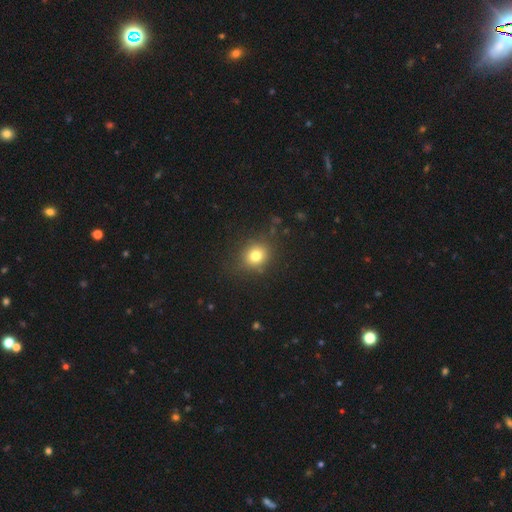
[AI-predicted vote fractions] This is likely a smooth galaxy (79%). How rounded: likely round (73%). Merging: clearly none (84%).